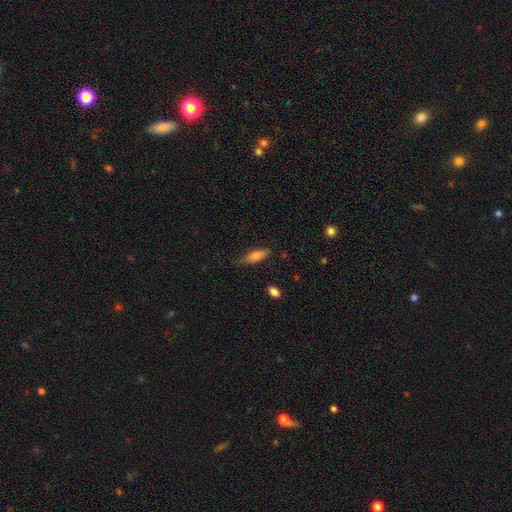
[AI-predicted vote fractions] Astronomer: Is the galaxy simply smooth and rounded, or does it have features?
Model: smooth — 72%.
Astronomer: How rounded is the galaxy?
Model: in between — 54% (runner-up: cigar-shaped, 44%).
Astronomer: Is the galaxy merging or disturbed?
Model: none — 72%.